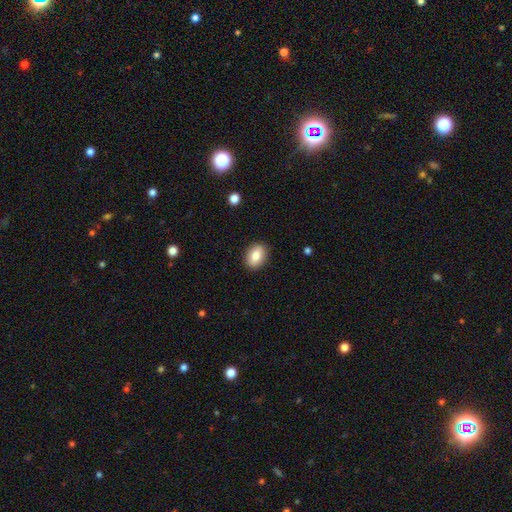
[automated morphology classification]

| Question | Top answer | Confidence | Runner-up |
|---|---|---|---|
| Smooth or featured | smooth | 84% | featured or disk (9%) |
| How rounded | in between | 74% | round (25%) |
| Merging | none | 90% | minor disturbance (7%) |